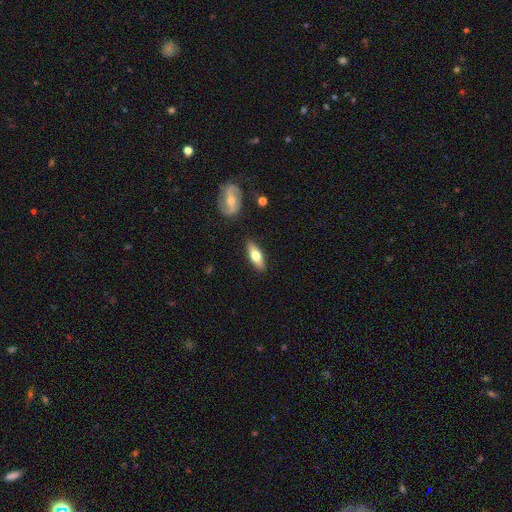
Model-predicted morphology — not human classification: This appears to be a smooth galaxy with no disk features (57%) that is in between round and cigar-shaped (60%). Merging: none (86%).